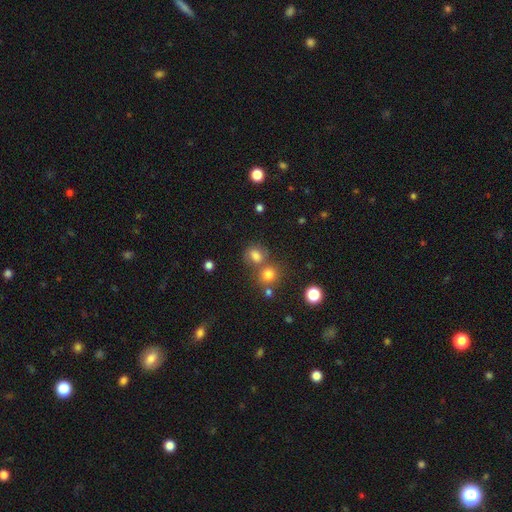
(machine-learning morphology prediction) smooth 70%, star or artifact 17%, featured or disk 13%. Down the decision tree: how rounded — round (62%); merging — none (51%).